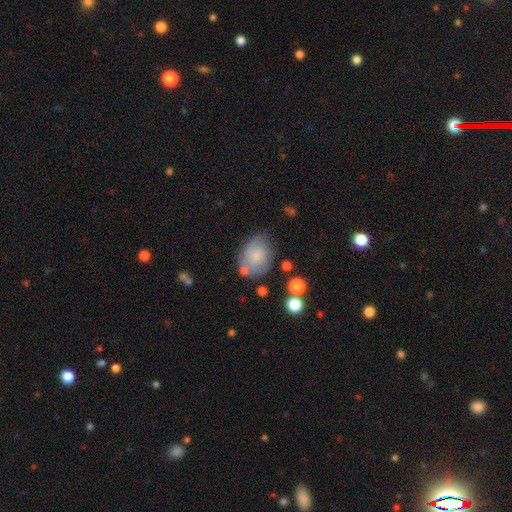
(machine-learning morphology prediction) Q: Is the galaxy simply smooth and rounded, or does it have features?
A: smooth — 62%.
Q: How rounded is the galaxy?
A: in between — 72%.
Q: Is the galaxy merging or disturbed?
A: none — 57%.